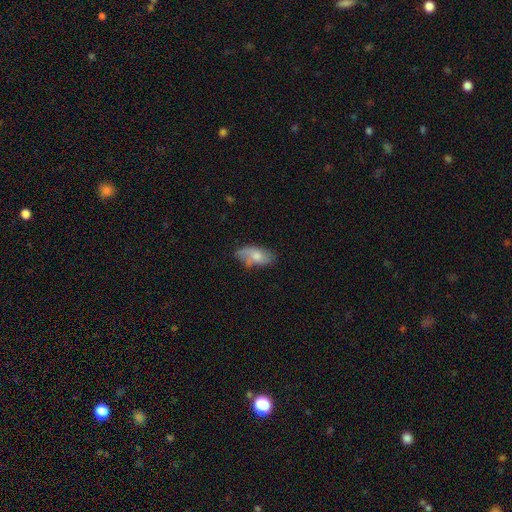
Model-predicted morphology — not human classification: Overall: smooth (67%). How rounded: in between (91%). Merging: none (55%; minor disturbance 31%).